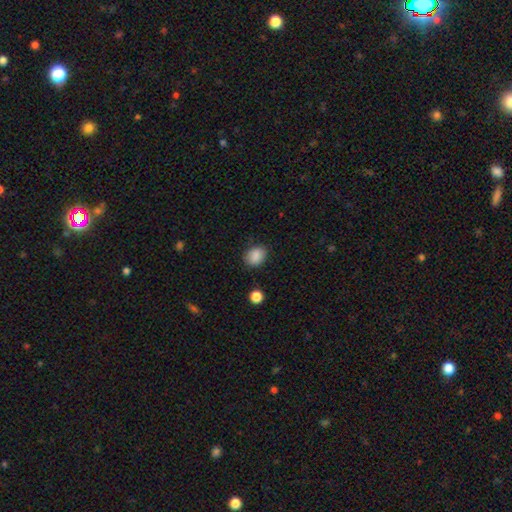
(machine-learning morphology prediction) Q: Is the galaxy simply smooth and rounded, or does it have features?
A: smooth — 87%.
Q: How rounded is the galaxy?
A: in between — 61%.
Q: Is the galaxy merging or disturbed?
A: none — 83%.